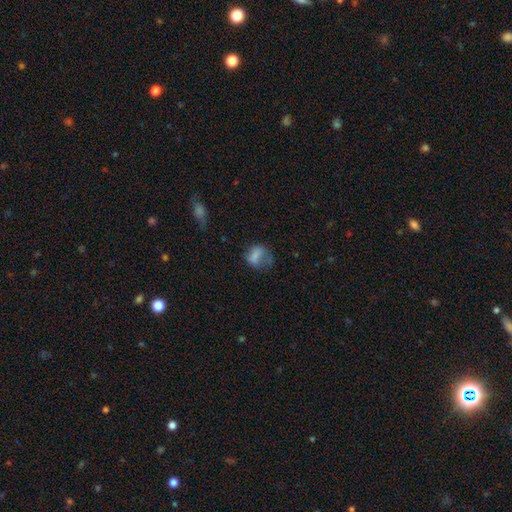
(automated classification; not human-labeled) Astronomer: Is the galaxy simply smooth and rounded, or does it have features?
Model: smooth — 69%.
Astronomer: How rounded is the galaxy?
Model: in between — 57% (runner-up: round, 40%).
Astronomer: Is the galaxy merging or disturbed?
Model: none — 37% (runner-up: major disturbance, 30%).